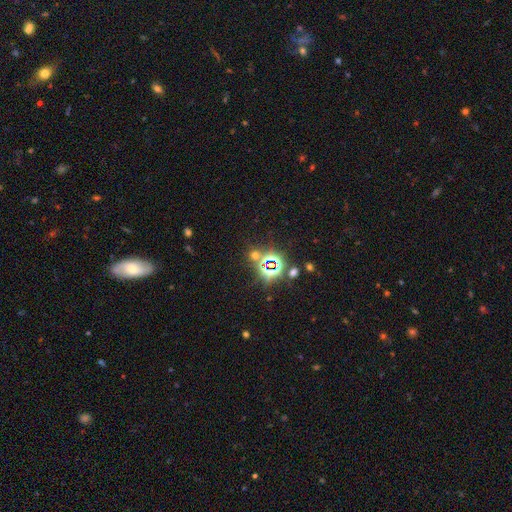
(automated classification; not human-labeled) smooth-or-featured: star or artifact: 68% | smooth: 23% | featured or disk: 9%